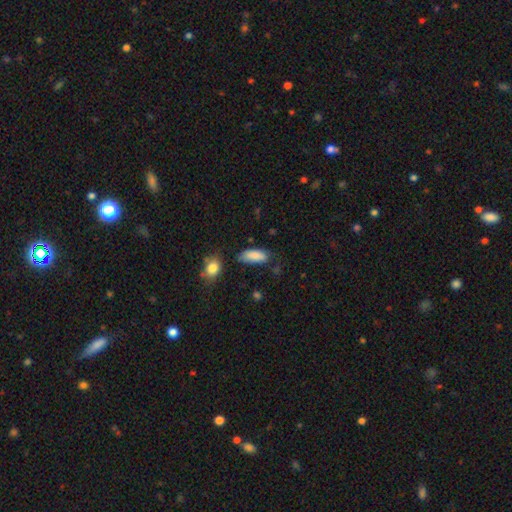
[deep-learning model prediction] The model was most divided on "merging": none: 60%, minor disturbance: 28%, major disturbance: 8%, merger: 5%. More confident: smooth or featured — smooth (85%); how rounded — in between (79%).